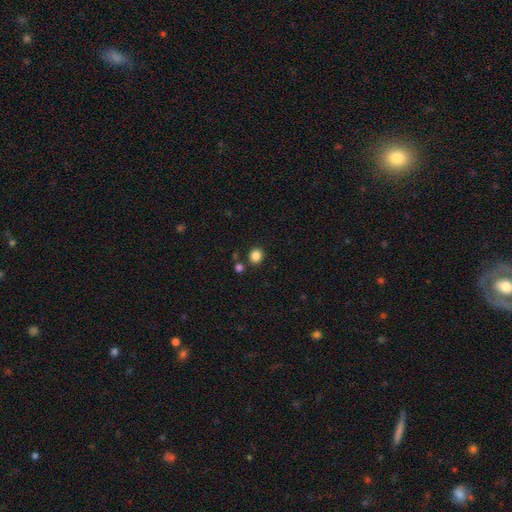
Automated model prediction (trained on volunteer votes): This appears to be a smooth galaxy with no disk features (85%) that is round (81%). Merging: none (84%).